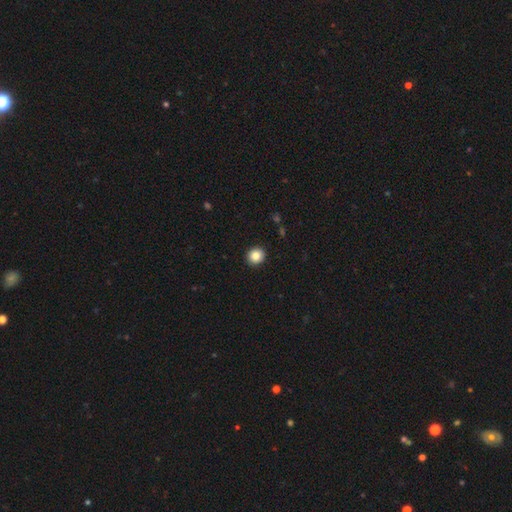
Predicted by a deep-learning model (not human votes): Morphology: type=smooth (85%); roundness=round (87%); merging=none (93%).